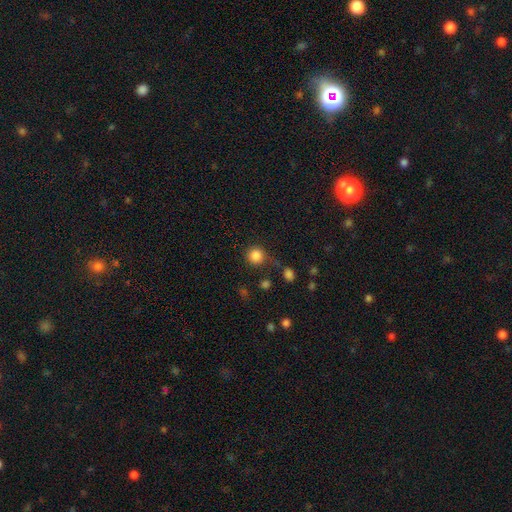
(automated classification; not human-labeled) Morphology: type=smooth (84%); roundness=round (93%); merging=none (70%).